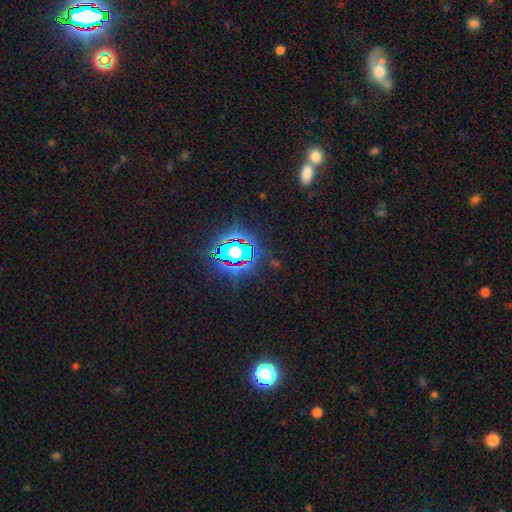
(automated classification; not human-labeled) A star or artifact, not a galaxy (80%).

Vote fractions:
- Smooth or featured? star or artifact: 80% / smooth: 13% / featured or disk: 7%